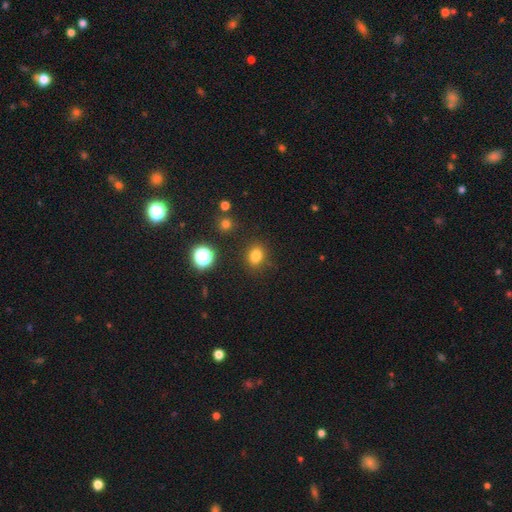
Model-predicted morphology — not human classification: smooth 80%, star or artifact 15%, featured or disk 6%. Down the decision tree: how rounded — round (50%); merging — none (85%).